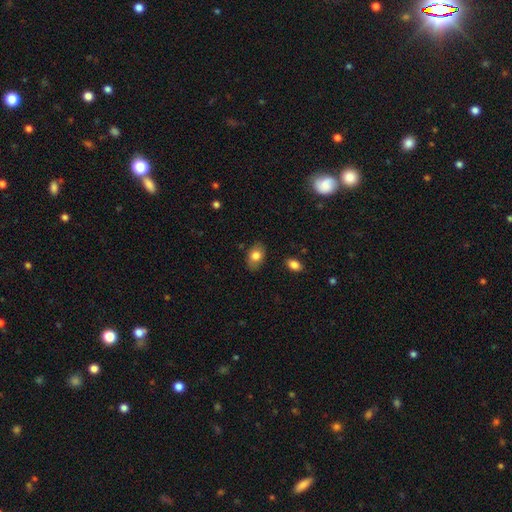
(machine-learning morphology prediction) This is likely a smooth galaxy (80%). How rounded: clearly in between (81%). Merging: clearly none (82%).